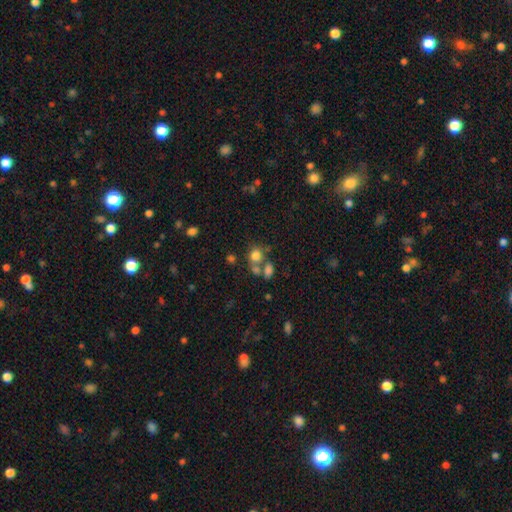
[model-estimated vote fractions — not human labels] smooth_or_featured: smooth (p=0.74) [alt: star or artifact p=0.14]
how_rounded: round (p=0.71) [alt: in between p=0.28]
merging: none (p=0.47) [alt: merger p=0.37]